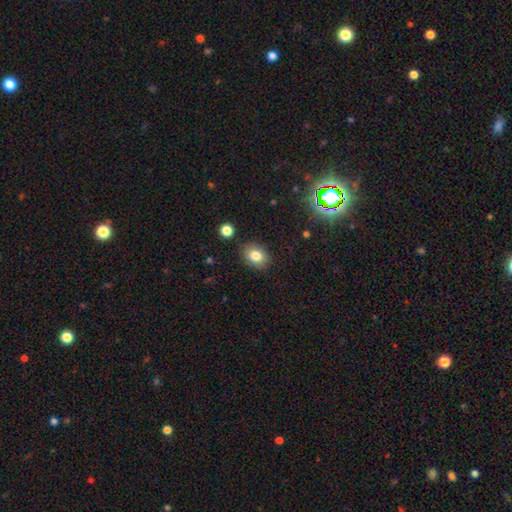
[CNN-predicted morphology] This appears to be a smooth galaxy with no disk features (82%) that is in between round and cigar-shaped (58%). Merging: none (86%).